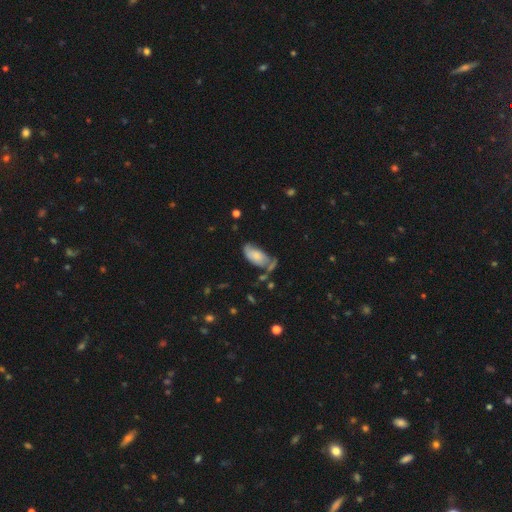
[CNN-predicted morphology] smooth_or_featured: smooth (p=0.58) [alt: featured or disk p=0.34]
how_rounded: in between (p=0.92) [alt: cigar-shaped p=0.05]
merging: none (p=0.38) [alt: minor disturbance p=0.31]